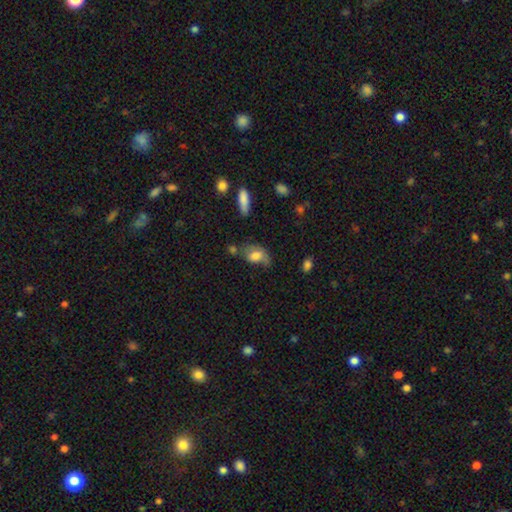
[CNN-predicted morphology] smooth 68%, featured or disk 24%, star or artifact 8%. Down the decision tree: how rounded — in between (86%); merging — none (34%).